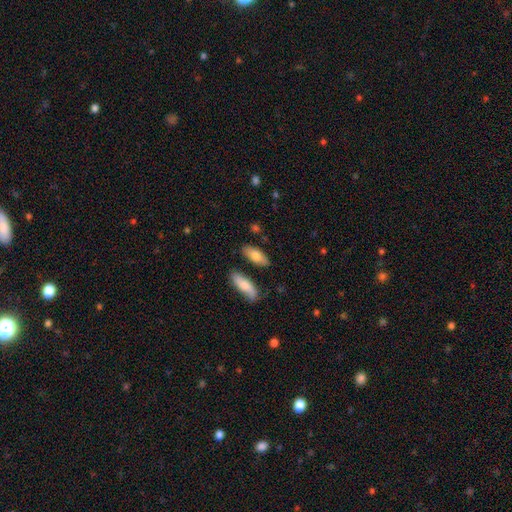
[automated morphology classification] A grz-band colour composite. It shows a smooth galaxy with no disk features (78%) that is in between round and cigar-shaped (76%). Merging: none (78%).